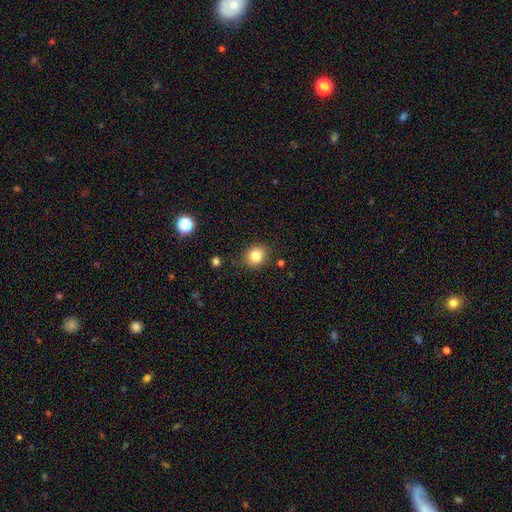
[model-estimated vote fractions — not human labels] Overall: smooth (82%). How rounded: round (76%). Merging: none (84%).